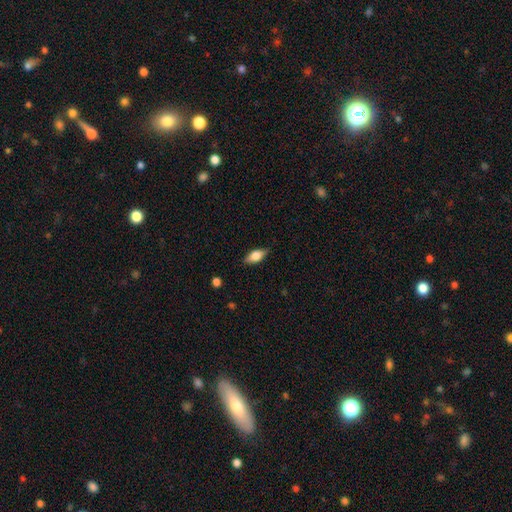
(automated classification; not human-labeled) smooth_or_featured: smooth (p=0.69) [alt: featured or disk p=0.24]
how_rounded: in between (p=0.84) [alt: cigar-shaped p=0.12]
merging: none (p=0.81) [alt: minor disturbance p=0.15]